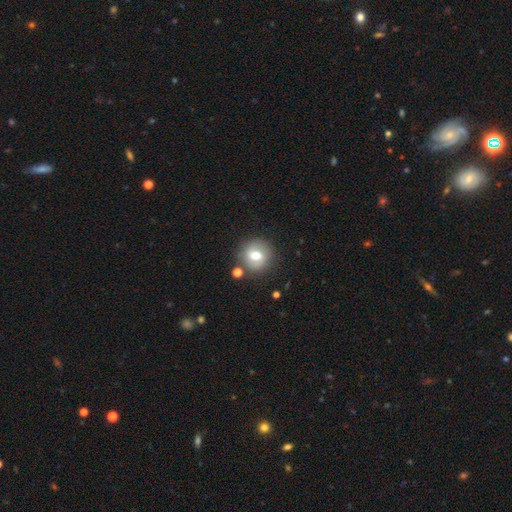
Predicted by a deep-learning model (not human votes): This appears to be a smooth galaxy with no disk features (65%) that is round (89%). Merging: none (82%).